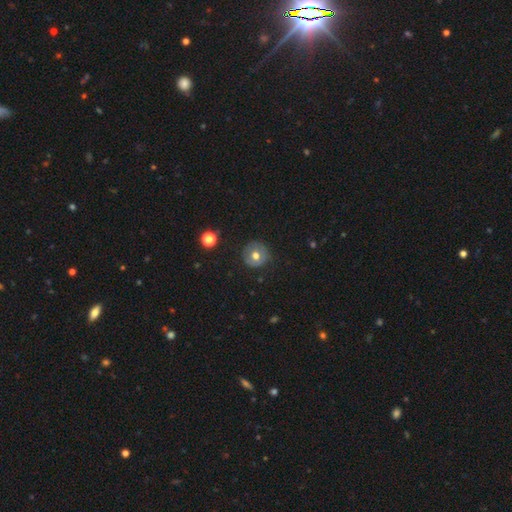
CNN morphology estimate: This is likely a smooth galaxy (63%). How rounded: clearly round (94%). Merging: clearly none (85%).